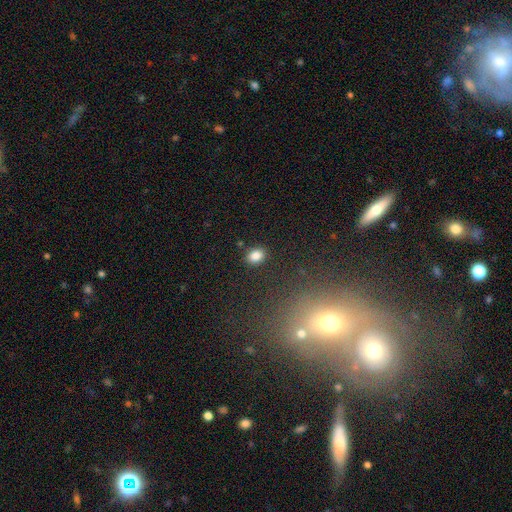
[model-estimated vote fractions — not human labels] A smooth galaxy with no disk features (84%) that is in between round and cigar-shaped (61%). Merging: none (86%).